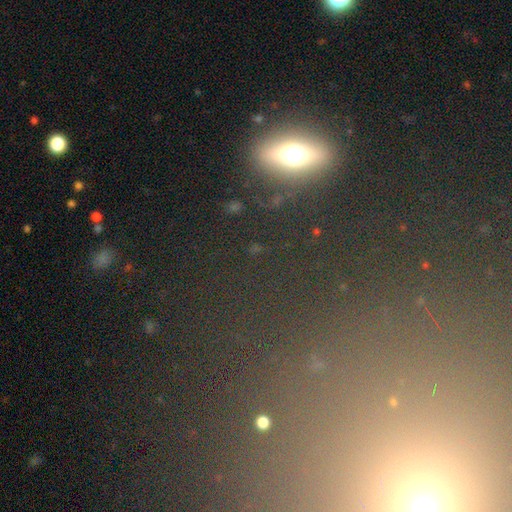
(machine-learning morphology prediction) smooth 45%, star or artifact 29%, featured or disk 26%. Down the decision tree: merging — none (86%).